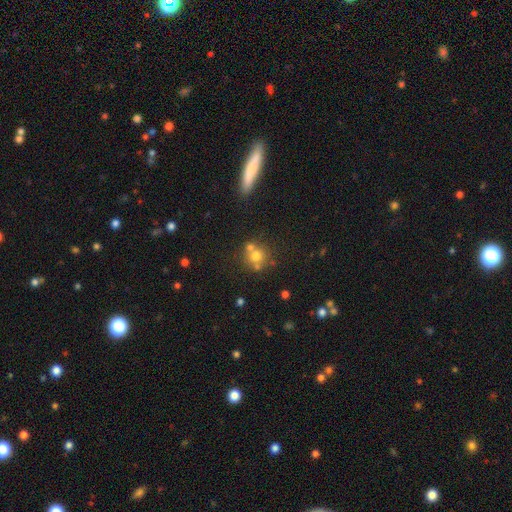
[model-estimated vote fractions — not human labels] smooth 66%, star or artifact 17%, featured or disk 17%. Down the decision tree: how rounded — round (86%); merging — none (54%).